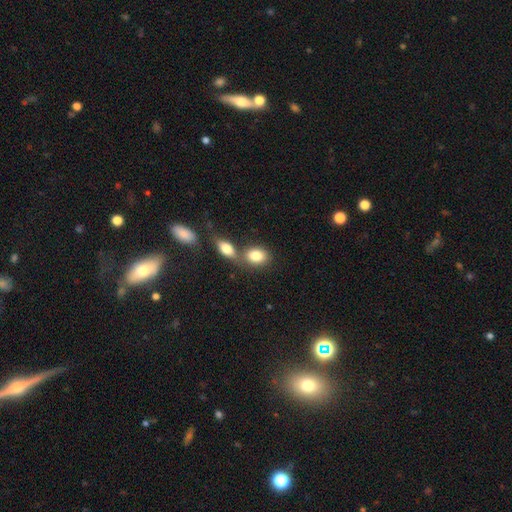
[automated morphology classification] A smooth galaxy with no disk features (83%) that is in between round and cigar-shaped (72%). Merging: none (44%).